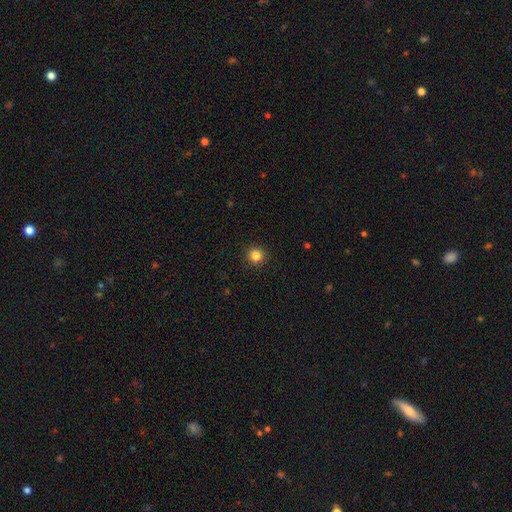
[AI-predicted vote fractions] A smooth galaxy with no disk features (84%) that is round (95%). Merging: none (93%).